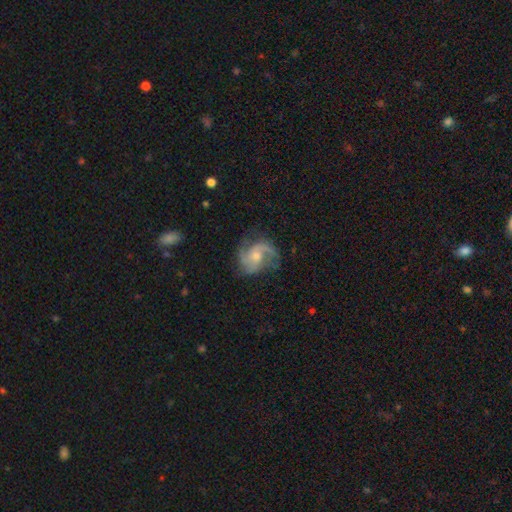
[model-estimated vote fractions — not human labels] Smooth or featured: featured or disk — 84% (smooth — 10%)
Edge-on disk: no — 98% (yes — 2%)
Bar: no — 64% (weak — 31%)
Spiral arms: yes — 96% (no — 4%)
Spiral winding: medium — 51% (loose — 29%)
Spiral arm count: 2 — 61% (3 — 20%)
Bulge size: moderate — 49% (small — 45%)
Merging: none — 68% (minor disturbance — 20%)